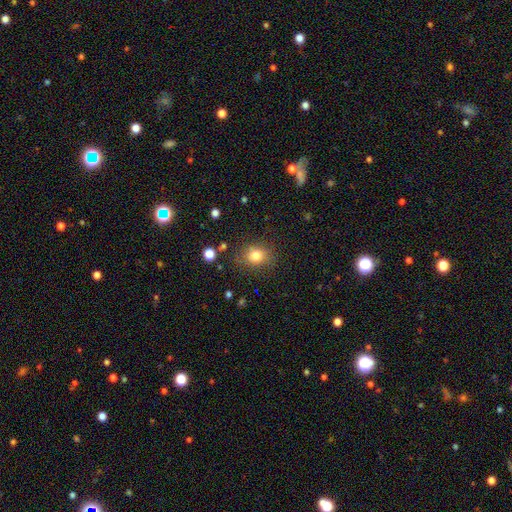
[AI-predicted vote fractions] A smooth galaxy with no disk features (80%) that is round (59%). Merging: none (80%).